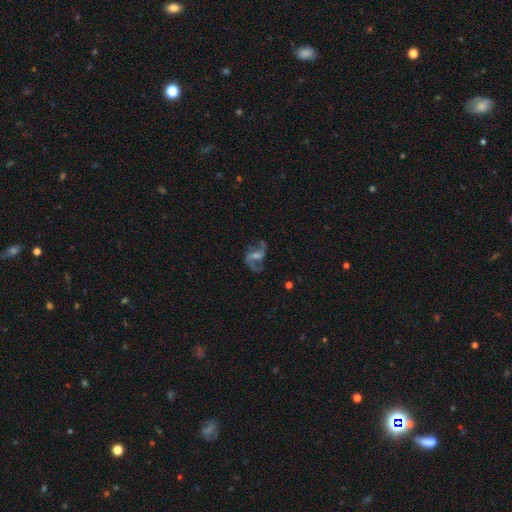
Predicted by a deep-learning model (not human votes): Smooth or featured?
  - featured or disk: 79% *
  - smooth: 11%
  - star or artifact: 10%
Edge-on disk?
  - no: 97% *
  - yes: 3%
Bar?
  - weak: 48% *
  - strong: 27%
  - no: 25%
Spiral arms?
  - yes: 91% *
  - no: 9%
Spiral winding?
  - loose: 56% *
  - medium: 36%
  - tight: 8%
Spiral arm count?
  - 2: 84% *
  - can't tell: 5%
  - 1: 5%
  - 3: 3%
  - 4: 1%
  - more than 4: 1%
Bulge size?
  - small: 40% *
  - moderate: 34%
  - none: 20%
  - large: 5%
  - dominant: 1%
Merging?
  - none: 62% *
  - major disturbance: 18%
  - minor disturbance: 17%
  - merger: 3%